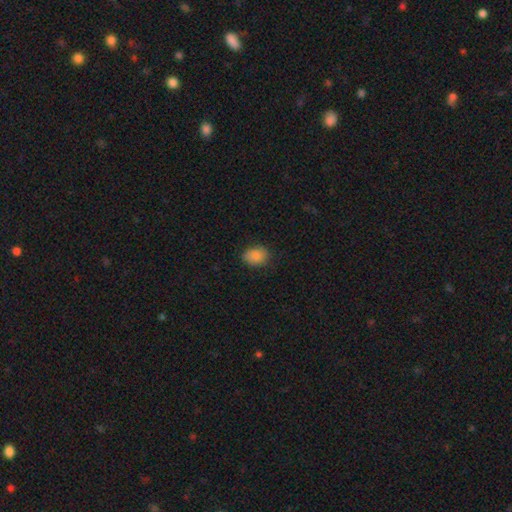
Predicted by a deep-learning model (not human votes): Smooth or featured? smooth (86%)
How rounded? in between (59%)
Merging? none (80%)